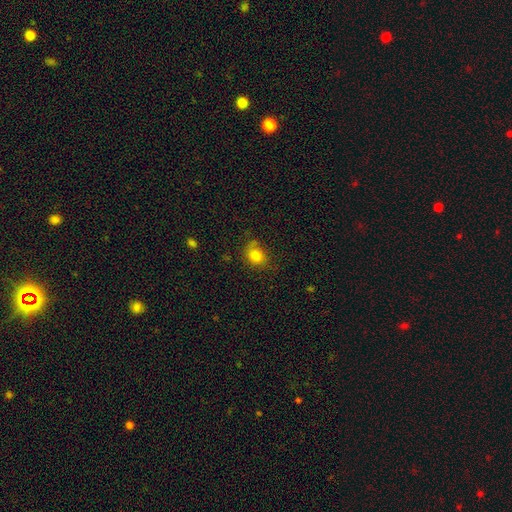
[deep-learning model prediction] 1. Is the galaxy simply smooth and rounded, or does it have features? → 81% smooth, 11% star or artifact, 8% featured or disk.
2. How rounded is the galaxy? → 61% round, 38% in between, 1% cigar-shaped.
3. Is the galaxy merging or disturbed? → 67% none, 23% minor disturbance, 7% major disturbance, 3% merger.